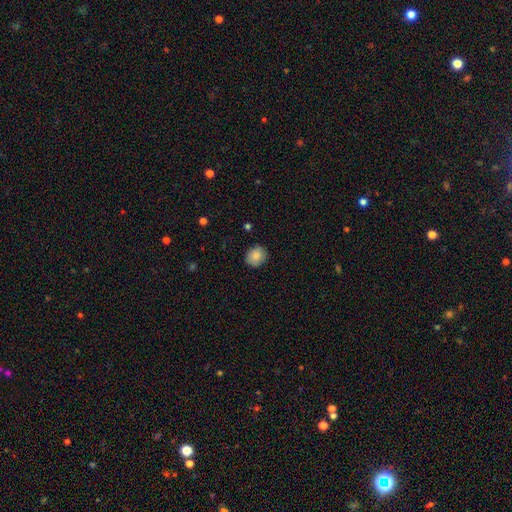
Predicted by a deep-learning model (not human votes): A smooth galaxy with no disk features (86%) that is round (72%). Merging: none (86%).